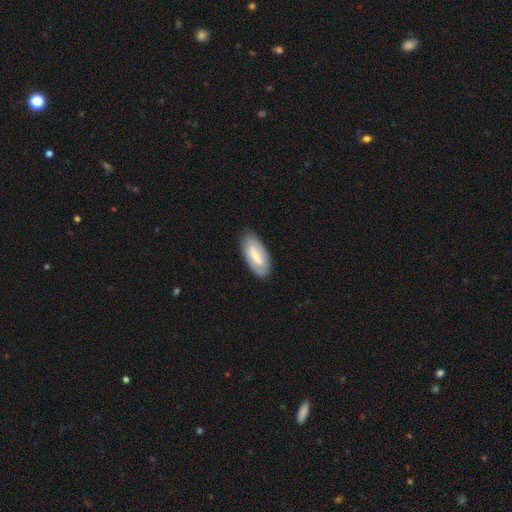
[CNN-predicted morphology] A smooth galaxy with no disk features (58%) that is in between round and cigar-shaped (85%).

Vote fractions:
- Smooth or featured? smooth: 58% / featured or disk: 37% / star or artifact: 6%
- How rounded? in between: 85% / cigar-shaped: 13% / round: 2%
- Merging? none: 85% / minor disturbance: 12% / major disturbance: 3% / merger: 1%